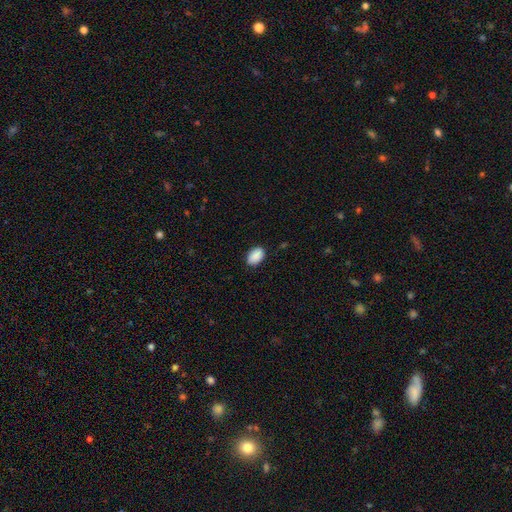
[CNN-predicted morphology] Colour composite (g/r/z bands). It shows a smooth galaxy with no disk features (90%) that is in between round and cigar-shaped (90%). Merging: none (84%).